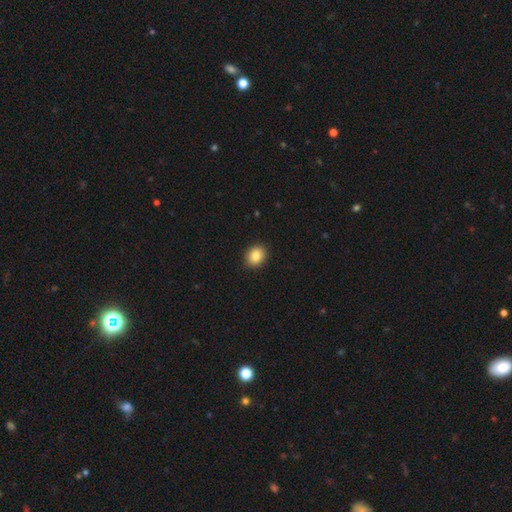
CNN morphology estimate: smooth 85%, star or artifact 9%, featured or disk 6%. Down the decision tree: how rounded — round (58%); merging — none (91%).